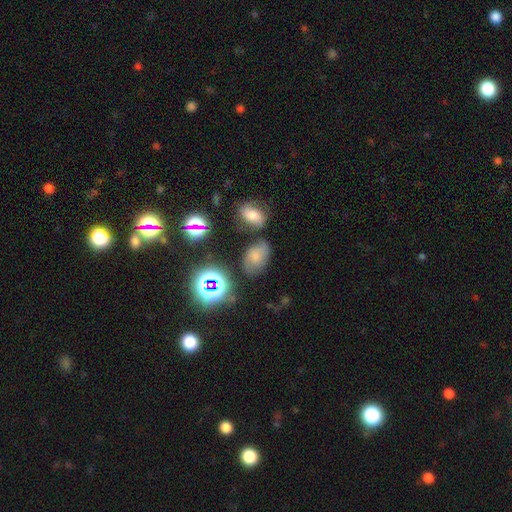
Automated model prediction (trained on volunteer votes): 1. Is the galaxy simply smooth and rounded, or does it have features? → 63% smooth, 20% star or artifact, 18% featured or disk.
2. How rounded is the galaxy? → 85% in between, 13% round, 1% cigar-shaped.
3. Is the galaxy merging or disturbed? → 58% none, 22% minor disturbance, 11% merger, 9% major disturbance.